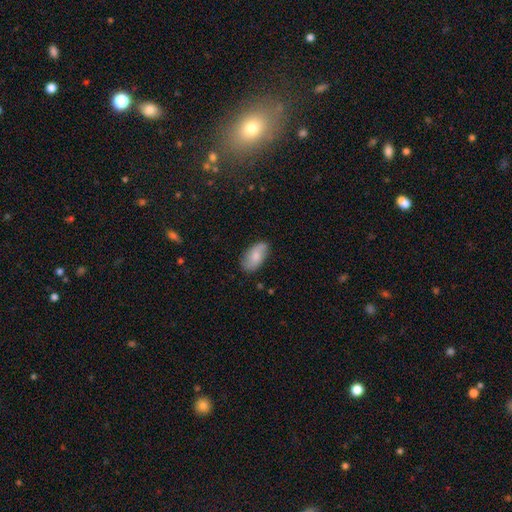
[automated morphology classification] smooth_or_featured: smooth (p=0.70) [alt: featured or disk p=0.24]
how_rounded: in between (p=0.93) [alt: round p=0.04]
merging: none (p=0.77) [alt: minor disturbance p=0.18]